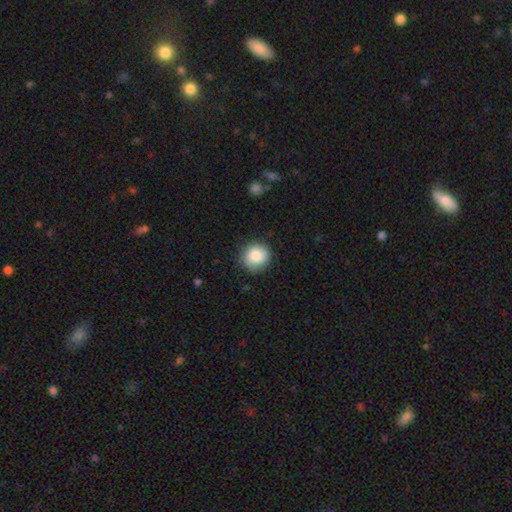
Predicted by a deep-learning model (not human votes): A smooth galaxy with no disk features (86%) that is round (92%).

Vote fractions:
- Smooth or featured? smooth: 86% / star or artifact: 7% / featured or disk: 7%
- How rounded? round: 92% / in between: 8% / cigar-shaped: 1%
- Merging? none: 80% / minor disturbance: 15% / major disturbance: 4% / merger: 1%